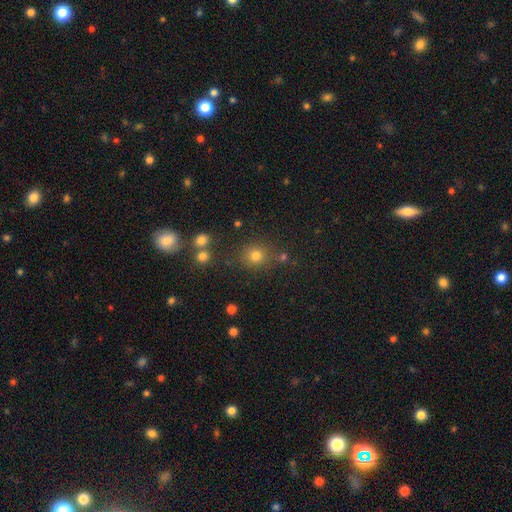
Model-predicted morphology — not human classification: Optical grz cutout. It shows a smooth galaxy with no disk features (76%) that is round (88%). Merging: none (78%).